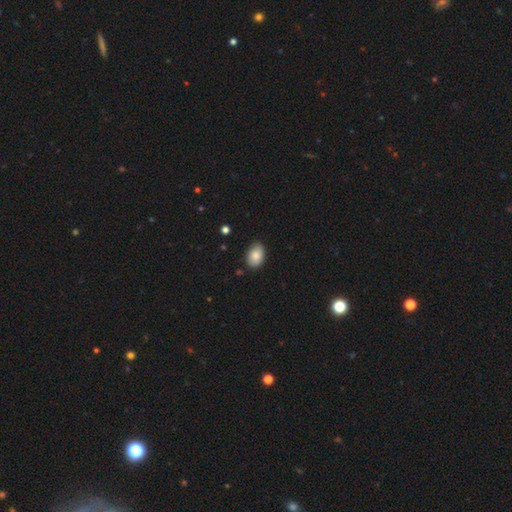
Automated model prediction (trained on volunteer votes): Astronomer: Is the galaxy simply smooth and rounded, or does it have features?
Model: smooth — 85%.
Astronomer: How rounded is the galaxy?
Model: in between — 85%.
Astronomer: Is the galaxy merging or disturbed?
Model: none — 82%.